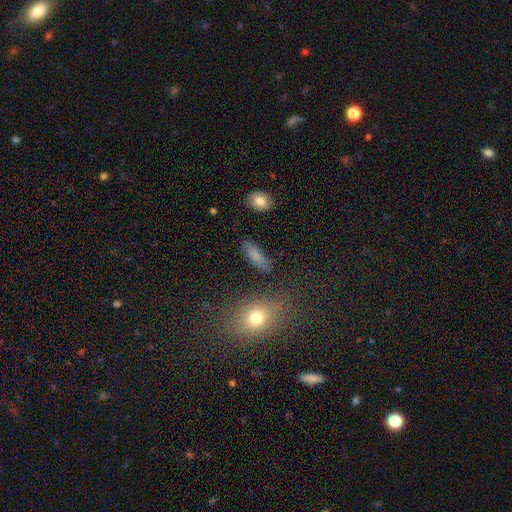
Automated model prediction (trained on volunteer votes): Smooth or featured?
  - smooth: 77% *
  - featured or disk: 12%
  - star or artifact: 11%
How rounded?
  - in between: 53% *
  - cigar-shaped: 41%
  - round: 5%
Merging?
  - none: 79% *
  - minor disturbance: 14%
  - major disturbance: 4%
  - merger: 3%